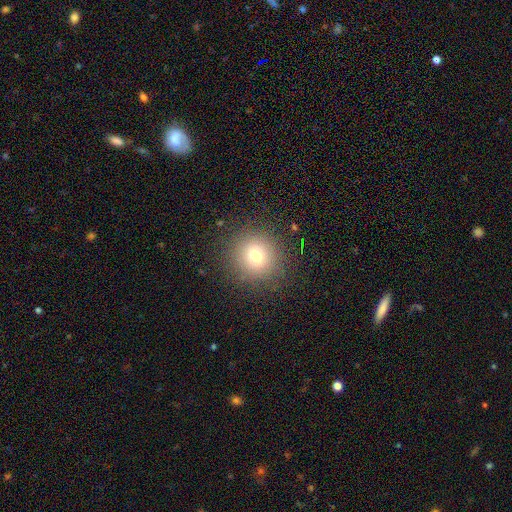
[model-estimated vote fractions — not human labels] Overall: smooth (75%). How rounded: round (92%). Merging: none (88%).